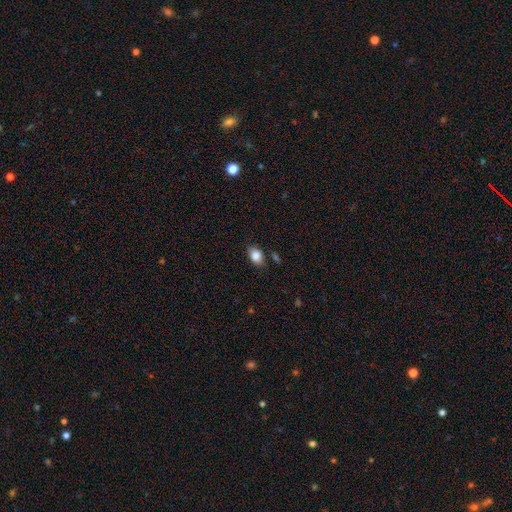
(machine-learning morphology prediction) Smooth or featured?
  - smooth: 85% *
  - star or artifact: 9%
  - featured or disk: 7%
How rounded?
  - in between: 79% *
  - round: 20%
  - cigar-shaped: 1%
Merging?
  - none: 80% *
  - minor disturbance: 14%
  - merger: 3%
  - major disturbance: 3%